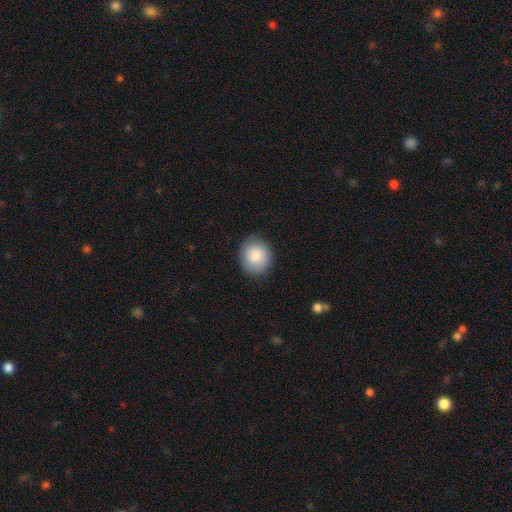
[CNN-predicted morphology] smooth_or_featured: smooth (p=0.84) [alt: featured or disk p=0.09]
how_rounded: round (p=0.76) [alt: in between p=0.23]
merging: none (p=0.82) [alt: minor disturbance p=0.14]